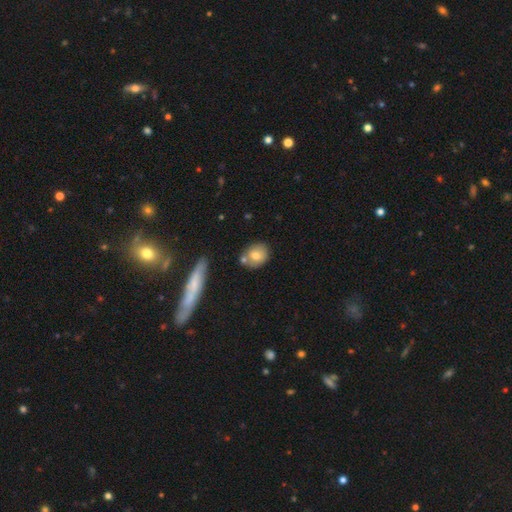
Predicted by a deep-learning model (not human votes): Smooth or featured? Predicted: smooth (p=0.73). How rounded? Predicted: round (p=0.68). Merging? Predicted: none (p=0.63).